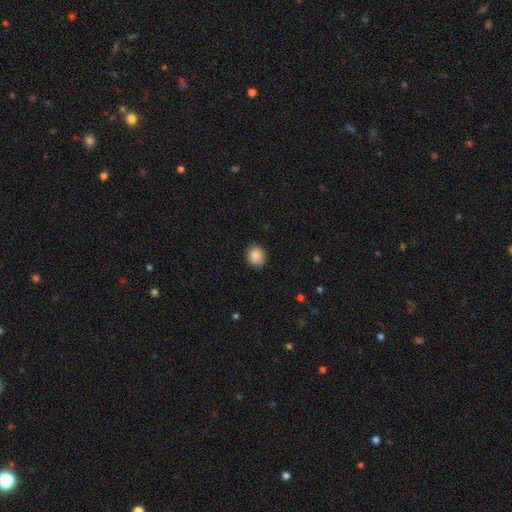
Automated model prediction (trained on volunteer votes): Smooth or featured? Predicted: smooth (p=0.87). How rounded? Predicted: round (p=0.78). Merging? Predicted: none (p=0.87).